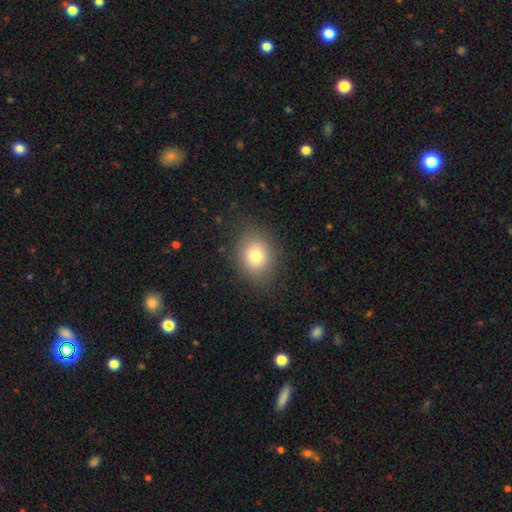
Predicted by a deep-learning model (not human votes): Morphology: type=smooth (78%); roundness=round (53%); merging=none (84%).